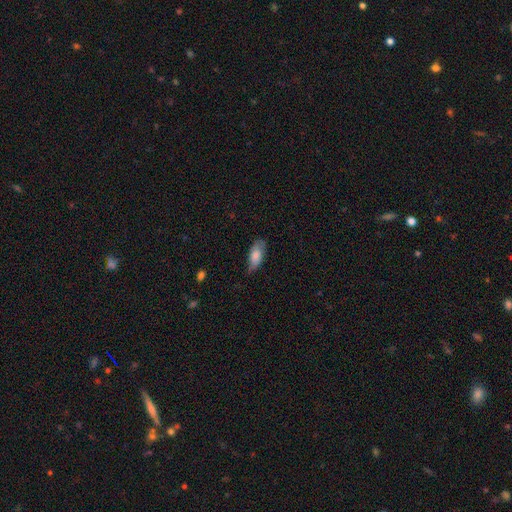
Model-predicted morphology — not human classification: Smooth or featured?
  - smooth: 74% *
  - featured or disk: 19%
  - star or artifact: 6%
How rounded?
  - in between: 84% *
  - cigar-shaped: 14%
  - round: 3%
Merging?
  - none: 62% *
  - minor disturbance: 30%
  - major disturbance: 7%
  - merger: 2%